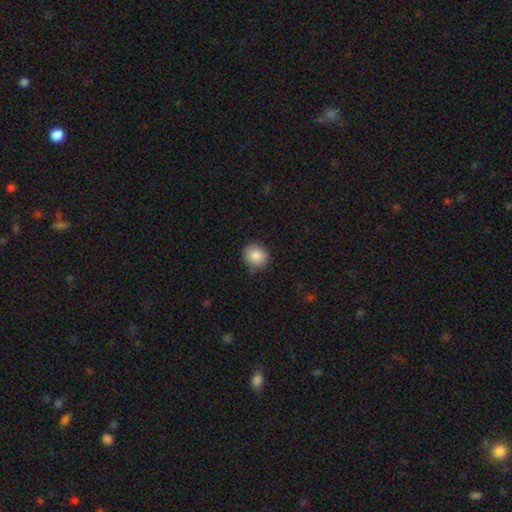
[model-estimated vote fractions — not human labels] Smooth or featured? smooth (85%)
How rounded? round (79%)
Merging? none (78%)